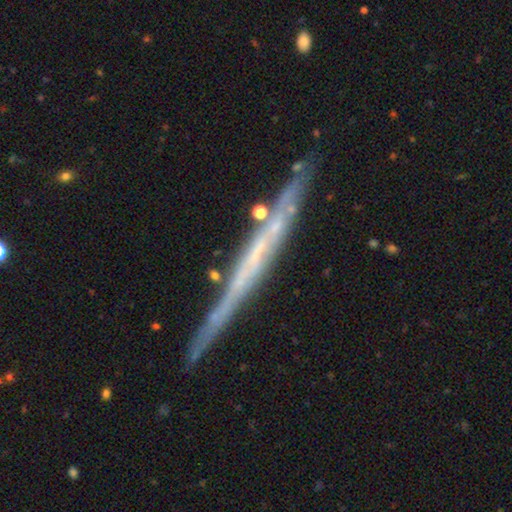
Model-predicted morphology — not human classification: Smooth or featured: featured or disk — 70% (smooth — 22%)
Edge-on disk: yes — 95% (no — 5%)
Edge-on bulge: none — 84% (rounded — 10%)
Merging: none — 81% (minor disturbance — 14%)